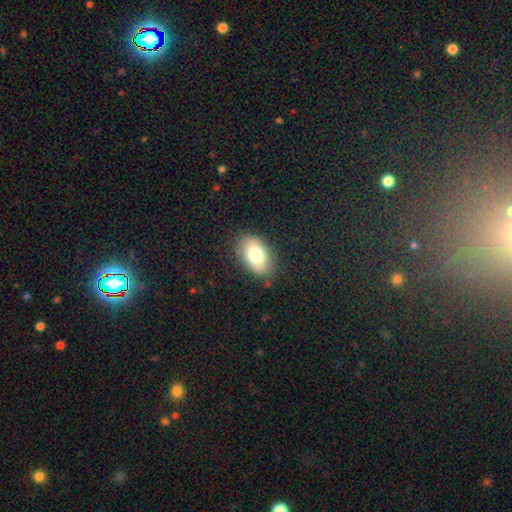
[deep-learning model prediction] Overall: smooth (76%). How rounded: in between (90%). Merging: none (85%).